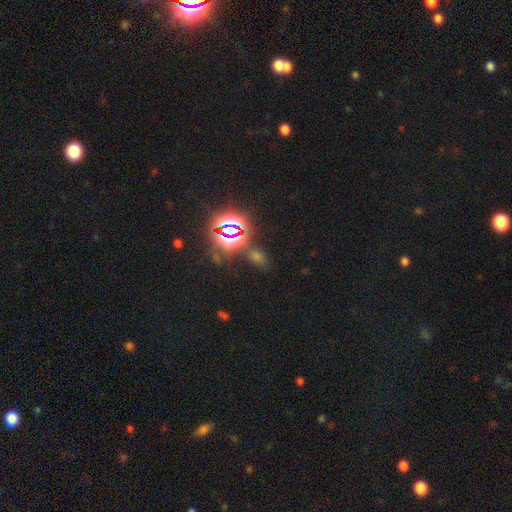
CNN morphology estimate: type=star or artifact (66%).